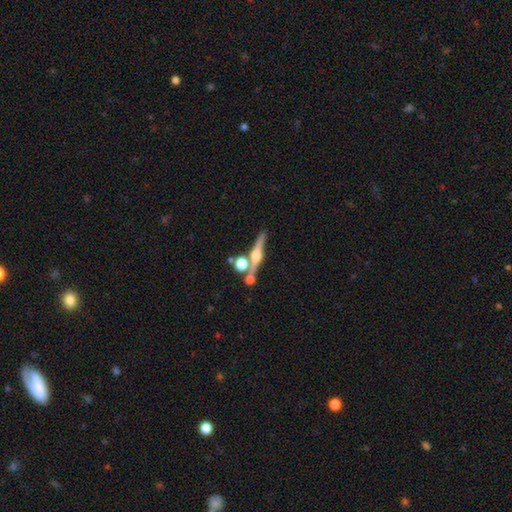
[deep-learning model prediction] Smooth or featured?
  - featured or disk: 74% *
  - smooth: 17%
  - star or artifact: 9%
Edge-on disk?
  - yes: 95% *
  - no: 5%
Edge-on bulge?
  - rounded: 94% *
  - boxy: 4%
  - none: 2%
Merging?
  - none: 71% *
  - merger: 17%
  - minor disturbance: 9%
  - major disturbance: 3%